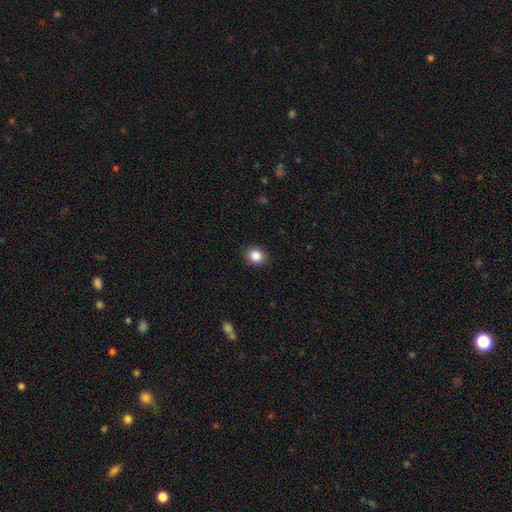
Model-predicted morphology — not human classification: This is clearly a smooth galaxy (86%). How rounded: likely round (66%). Merging: clearly none (89%).